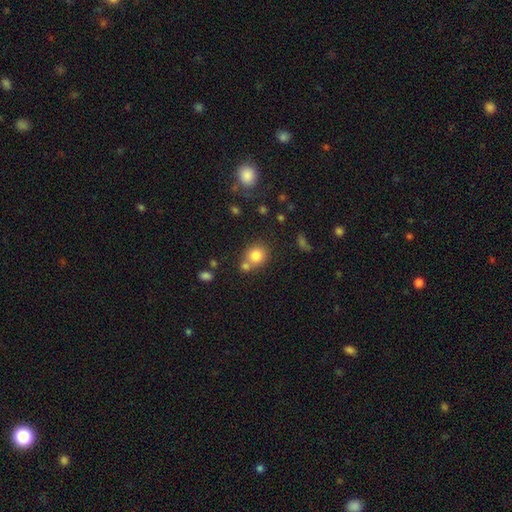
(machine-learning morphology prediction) Smooth or featured: smooth — 81% (star or artifact — 10%)
How rounded: round — 77% (in between — 22%)
Merging: none — 56% (merger — 30%)